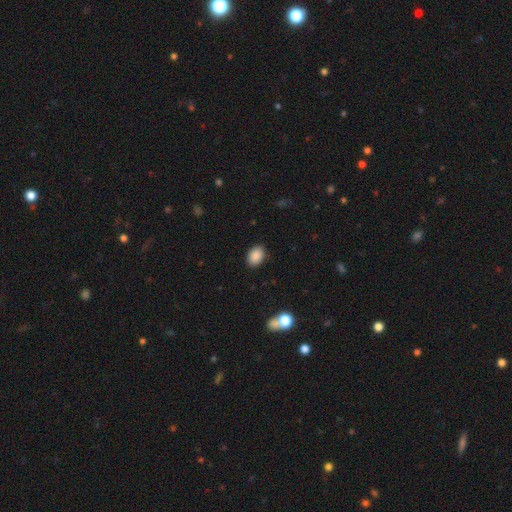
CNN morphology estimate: Overall: smooth (89%). How rounded: in between (81%). Merging: none (88%).